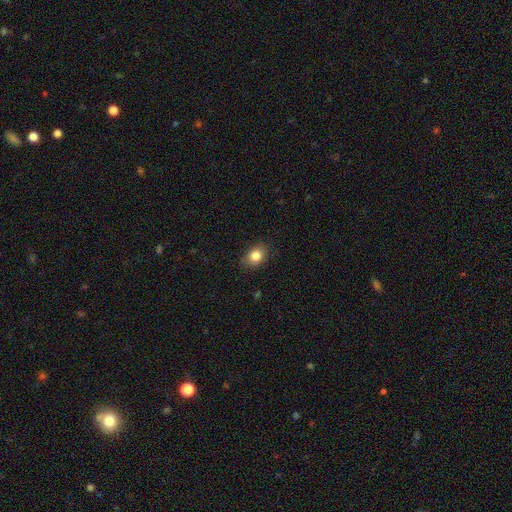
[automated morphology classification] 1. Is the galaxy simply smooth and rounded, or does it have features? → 84% smooth, 9% star or artifact, 7% featured or disk.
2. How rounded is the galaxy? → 64% in between, 35% round, 1% cigar-shaped.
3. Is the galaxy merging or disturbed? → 82% none, 14% minor disturbance, 3% major disturbance, 1% merger.